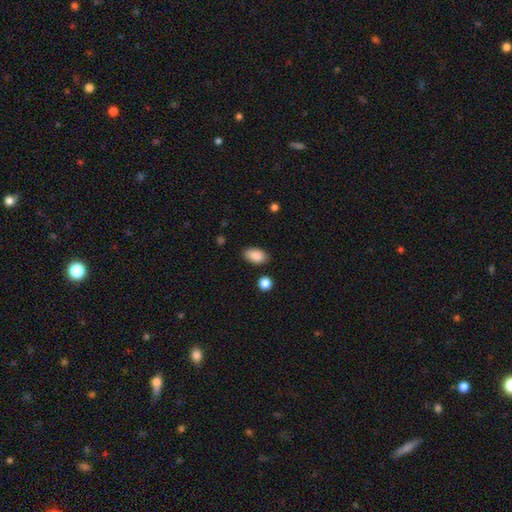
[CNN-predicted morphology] Smooth or featured?
  - smooth: 89% *
  - star or artifact: 7%
  - featured or disk: 4%
How rounded?
  - in between: 92% *
  - round: 6%
  - cigar-shaped: 2%
Merging?
  - none: 85% *
  - minor disturbance: 11%
  - major disturbance: 3%
  - merger: 2%